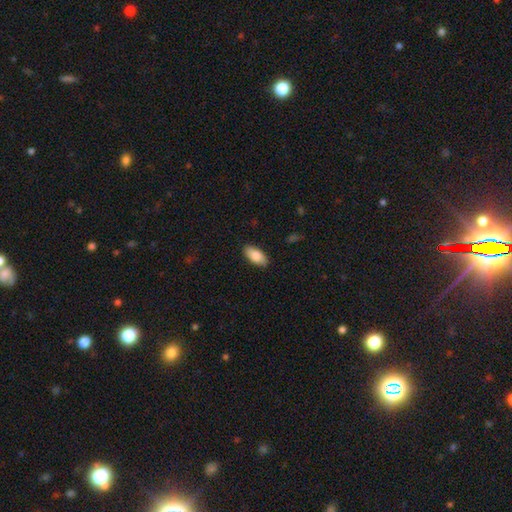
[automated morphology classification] Smooth or featured: smooth — 85% (featured or disk — 9%)
How rounded: in between — 90% (cigar-shaped — 8%)
Merging: none — 88% (minor disturbance — 9%)